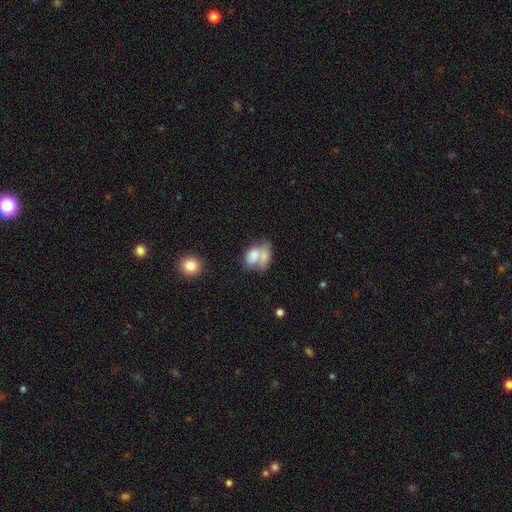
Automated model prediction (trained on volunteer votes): The model was most divided on "merging": merger: 58%, none: 21%, minor disturbance: 11%, major disturbance: 10%. More confident: how rounded — in between (77%); smooth or featured — smooth (73%).